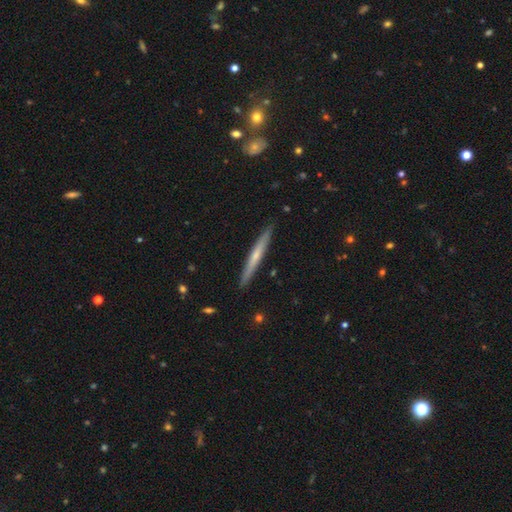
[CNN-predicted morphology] A featured or disk galaxy (52%) viewed edge-on (96%).

Vote fractions:
- Smooth or featured? featured or disk: 52% / smooth: 43% / star or artifact: 5%
- Edge-on disk? yes: 96% / no: 4%
- Merging? none: 90% / minor disturbance: 7% / major disturbance: 1% / merger: 1%